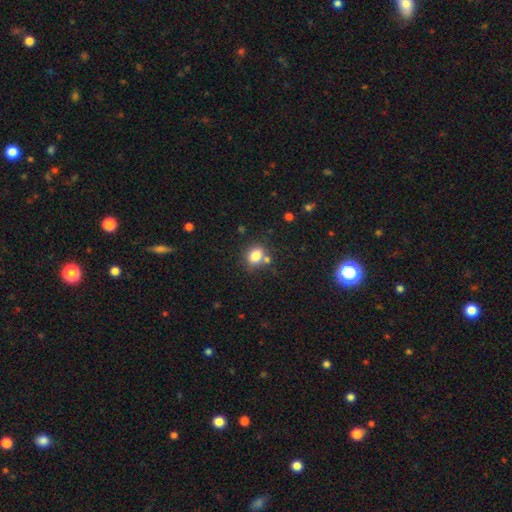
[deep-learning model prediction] Smooth or featured? Predicted: smooth (p=0.81). How rounded? Predicted: round (p=0.55). Merging? Predicted: none (p=0.68).